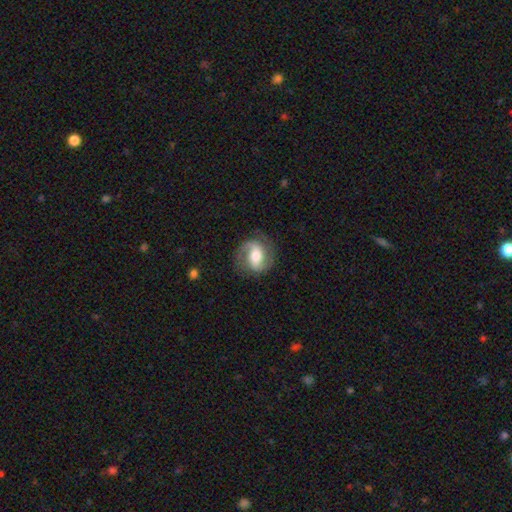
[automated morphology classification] Q: Smooth or featured?
A: featured or disk (74%); runner-up: smooth (19%)
Q: Edge-on disk?
A: no (97%); runner-up: yes (3%)
Q: Bar?
A: weak (39%); runner-up: strong (33%)
Q: Spiral arms?
A: yes (91%); runner-up: no (9%)
Q: Spiral winding?
A: medium (48%); runner-up: loose (27%)
Q: Spiral arm count?
A: 2 (86%); runner-up: 1 (6%)
Q: Bulge size?
A: moderate (63%); runner-up: small (20%)
Q: Merging?
A: none (78%); runner-up: minor disturbance (14%)